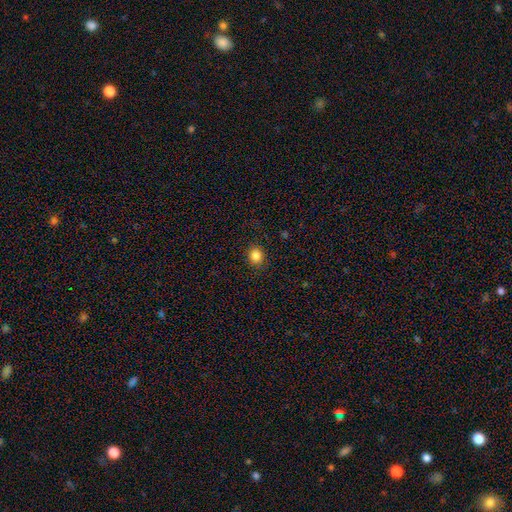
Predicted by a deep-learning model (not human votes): Morphology: type=smooth (85%); roundness=round (69%); merging=none (88%).